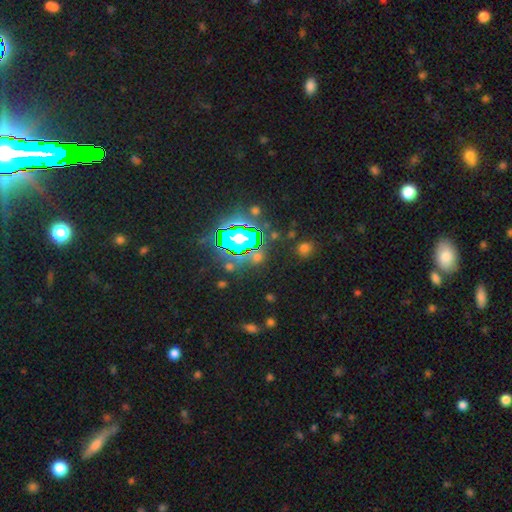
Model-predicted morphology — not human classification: star or artifact 69%, smooth 19%, featured or disk 11%.